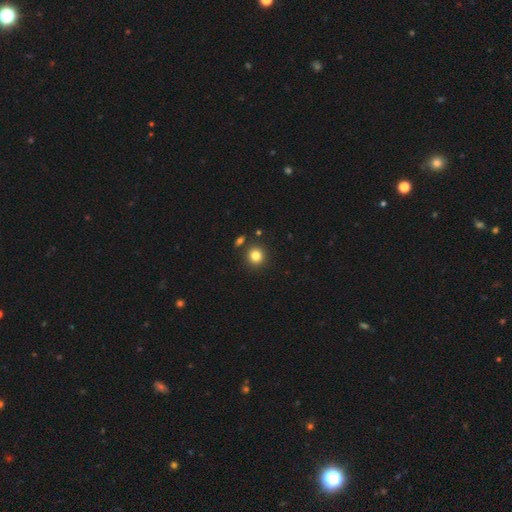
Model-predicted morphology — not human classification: smooth 82%, star or artifact 12%, featured or disk 6%. Down the decision tree: how rounded — round (91%); merging — none (86%).